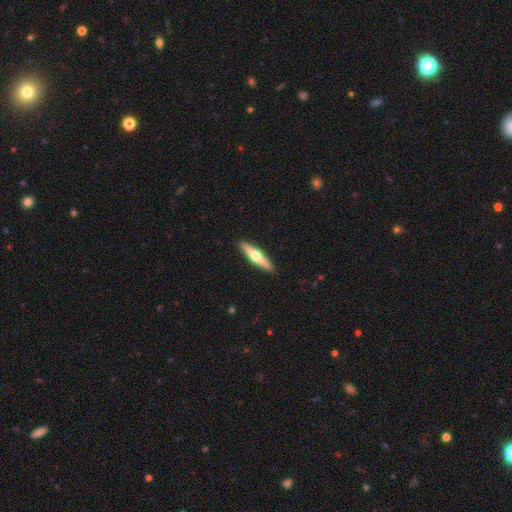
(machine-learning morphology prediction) Q: Smooth or featured?
A: featured or disk (51%); runner-up: smooth (44%)
Q: Edge-on disk?
A: yes (95%); runner-up: no (5%)
Q: Merging?
A: none (91%); runner-up: minor disturbance (6%)